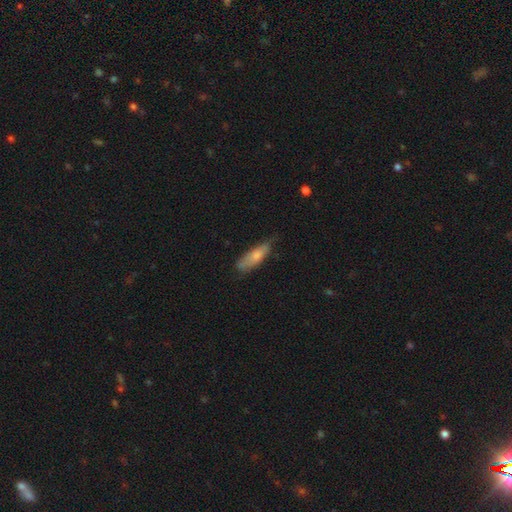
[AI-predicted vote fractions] Smooth or featured? smooth (71%)
How rounded? cigar-shaped (51%)
Merging? none (62%)